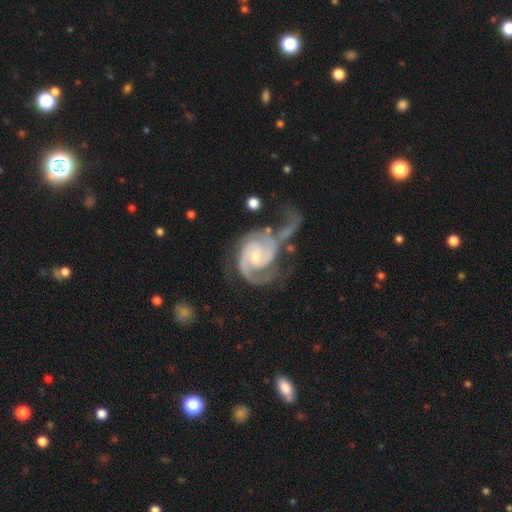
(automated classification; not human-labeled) Q: Smooth or featured?
A: featured or disk (91%); runner-up: smooth (5%)
Q: Edge-on disk?
A: no (98%); runner-up: yes (2%)
Q: Bar?
A: no (53%); runner-up: weak (38%)
Q: Spiral arms?
A: yes (98%); runner-up: no (2%)
Q: Spiral winding?
A: tight (50%); runner-up: medium (40%)
Q: Spiral arm count?
A: 2 (72%); runner-up: 3 (10%)
Q: Bulge size?
A: small (48%); tied with: moderate (48%)
Q: Merging?
A: none (33%); runner-up: major disturbance (29%)